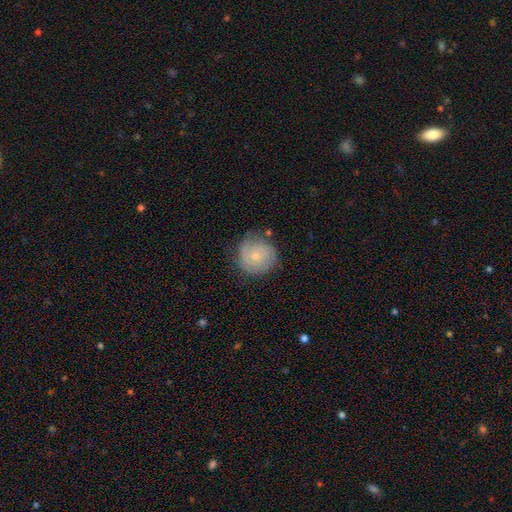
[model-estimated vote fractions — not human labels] smooth-or-featured: smooth: 50% | featured or disk: 42% | star or artifact: 7%
  how-rounded: round: 92% | in between: 7% | cigar-shaped: 1%
  merging: none: 70% | minor disturbance: 22% | major disturbance: 6% | merger: 2%